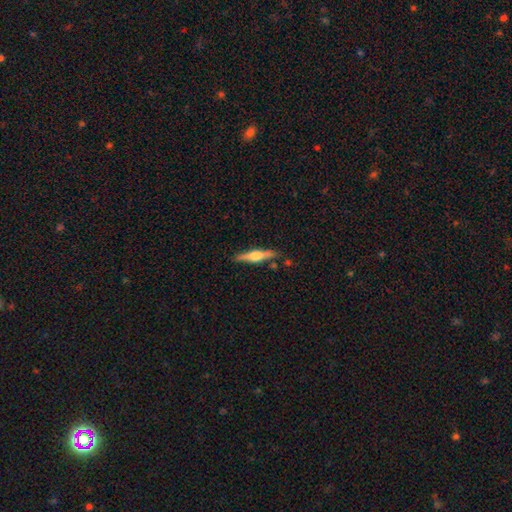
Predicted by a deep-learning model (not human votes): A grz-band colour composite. It shows a featured or disk galaxy (62%) viewed edge-on (97%) with a rounded central bulge (88%). Merging: none (84%).